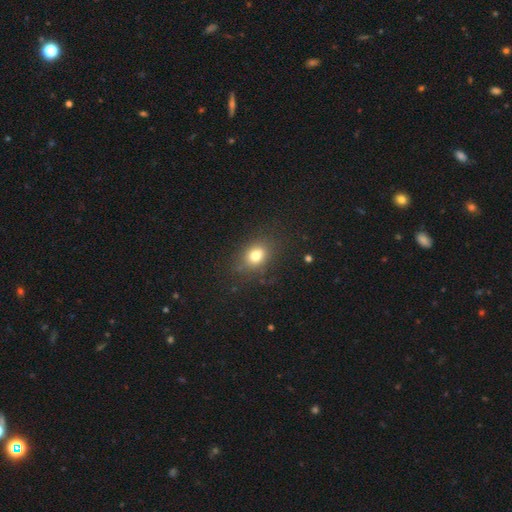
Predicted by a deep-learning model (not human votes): smooth 78%, star or artifact 13%, featured or disk 10%. Down the decision tree: how rounded — in between (55%); merging — none (80%).